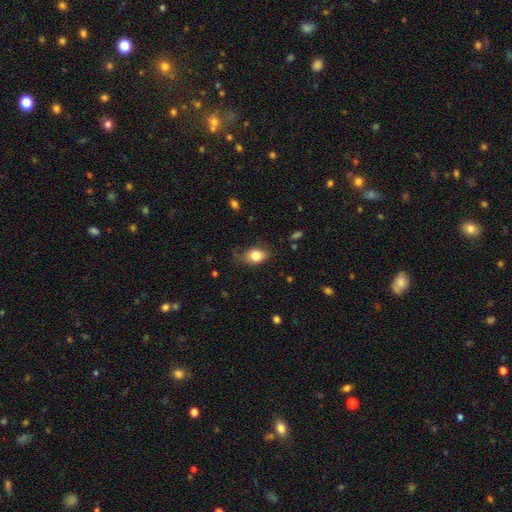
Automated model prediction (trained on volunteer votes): Smooth or featured? Predicted: smooth (p=0.81). How rounded? Predicted: in between (p=0.73). Merging? Predicted: none (p=0.65).